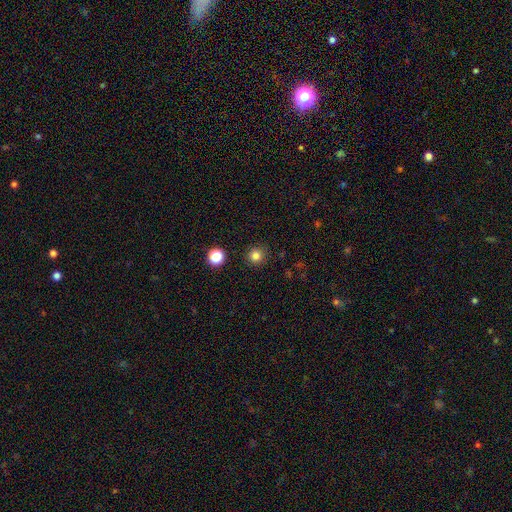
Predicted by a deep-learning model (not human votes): Smooth or featured? Predicted: smooth (p=0.82). How rounded? Predicted: round (p=0.94). Merging? Predicted: none (p=0.91).